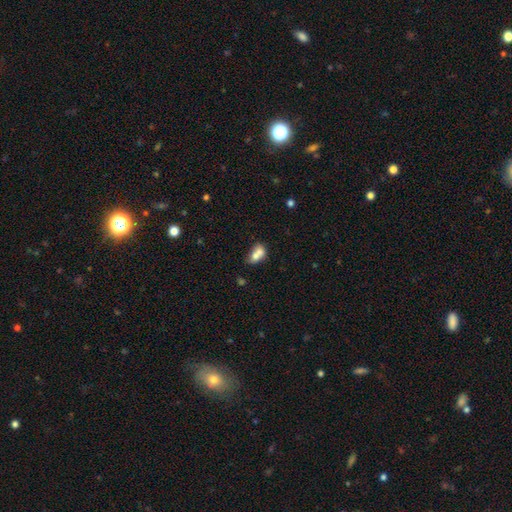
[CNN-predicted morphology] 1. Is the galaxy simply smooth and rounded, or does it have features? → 69% smooth, 22% featured or disk, 9% star or artifact.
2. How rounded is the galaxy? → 66% in between, 31% round, 2% cigar-shaped.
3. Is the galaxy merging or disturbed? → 67% merger, 19% none, 9% minor disturbance, 5% major disturbance.